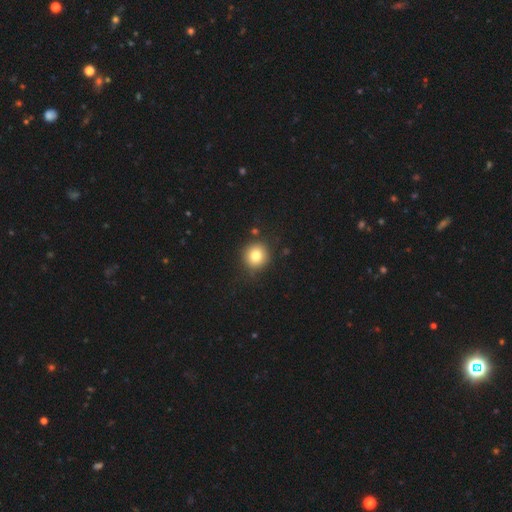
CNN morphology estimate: Smooth or featured? Predicted: smooth (p=0.81). How rounded? Predicted: round (p=0.92). Merging? Predicted: none (p=0.85).